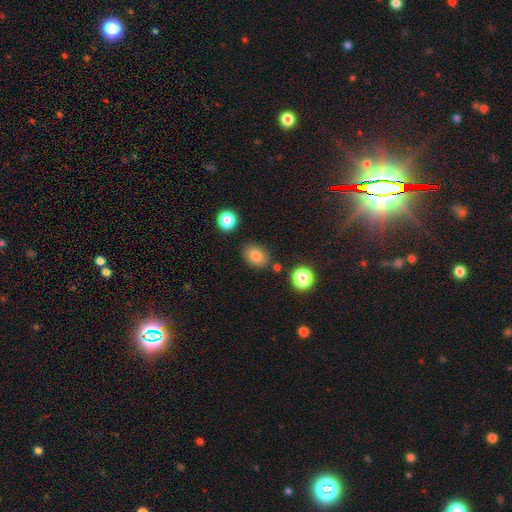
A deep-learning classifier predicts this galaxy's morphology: Smooth or featured?
  - smooth: 83% *
  - star or artifact: 10%
  - featured or disk: 6%
How rounded?
  - in between: 69% *
  - round: 30%
  - cigar-shaped: 1%
Merging?
  - none: 81% *
  - minor disturbance: 11%
  - merger: 4%
  - major disturbance: 3%